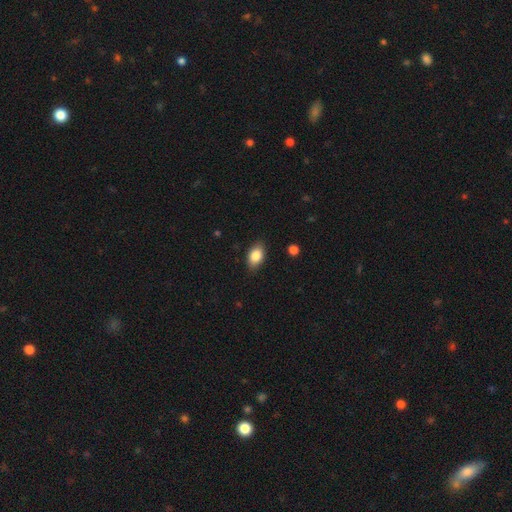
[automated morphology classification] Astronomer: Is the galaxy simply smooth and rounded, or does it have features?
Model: smooth — 85%.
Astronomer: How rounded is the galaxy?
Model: in between — 89%.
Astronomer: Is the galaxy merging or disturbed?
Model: none — 85%.